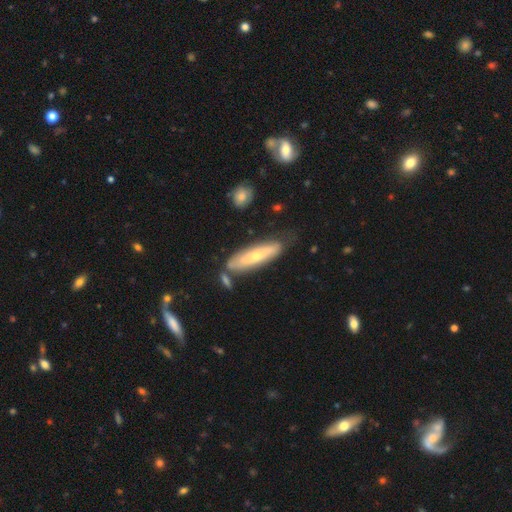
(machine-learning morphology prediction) Smooth or featured? Predicted: featured or disk (p=0.48). Merging? Predicted: none (p=0.67).